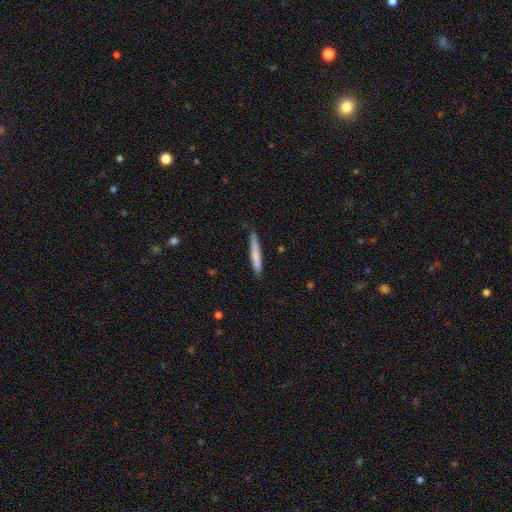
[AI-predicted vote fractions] A smooth galaxy with no disk features (75%) that is cigar-shaped (96%).

Vote fractions:
- Smooth or featured? smooth: 75% / featured or disk: 20% / star or artifact: 5%
- How rounded? cigar-shaped: 96% / in between: 3% / round: 1%
- Merging? none: 84% / minor disturbance: 13% / major disturbance: 2% / merger: 1%